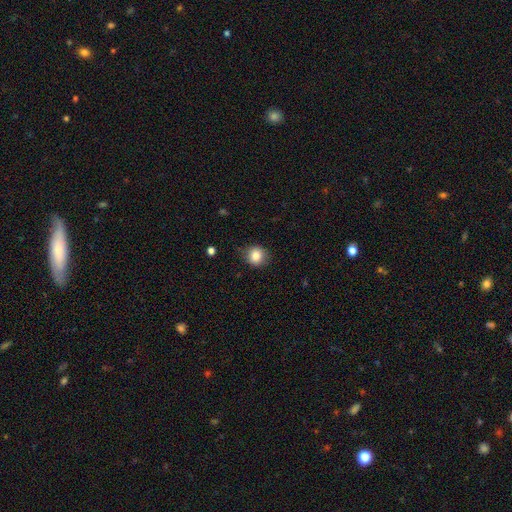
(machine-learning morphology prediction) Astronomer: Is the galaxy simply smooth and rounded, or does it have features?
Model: smooth — 83%.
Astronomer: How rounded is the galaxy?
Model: round — 84%.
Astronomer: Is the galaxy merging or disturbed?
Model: none — 81%.